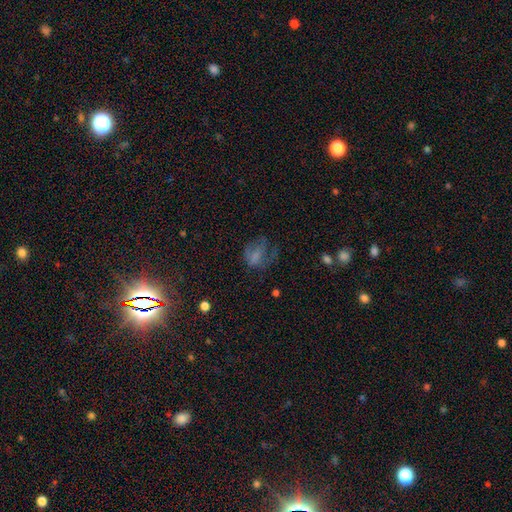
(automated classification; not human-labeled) Overall: smooth (51%; featured or disk 34%). How rounded: in between (65%; round 32%). Merging: major disturbance (41%; none 34%).